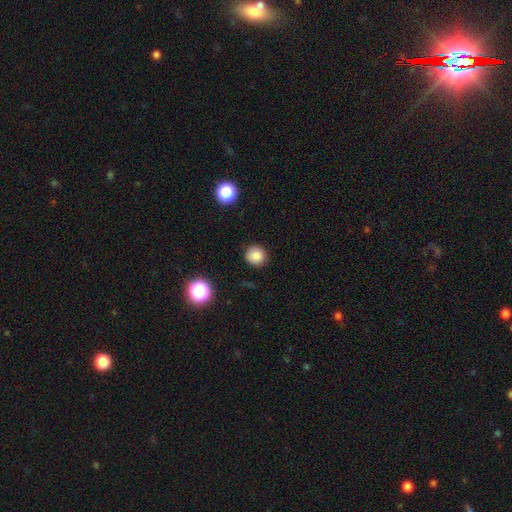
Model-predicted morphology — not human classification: Smooth or featured? smooth (83%)
How rounded? round (92%)
Merging? none (90%)